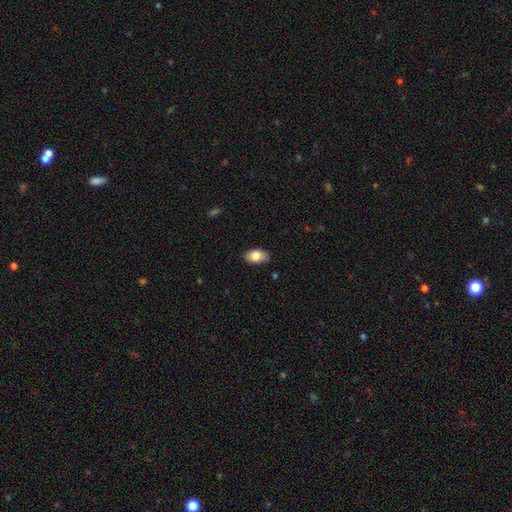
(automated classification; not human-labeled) This appears to be a smooth galaxy with no disk features (83%) that is in between round and cigar-shaped (92%). Merging: none (81%).